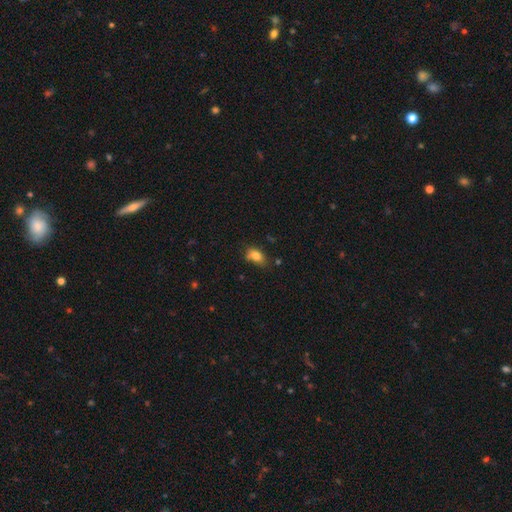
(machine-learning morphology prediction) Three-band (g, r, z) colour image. It shows a smooth galaxy with no disk features (80%) that is in between round and cigar-shaped (83%). Merging: none (57%).